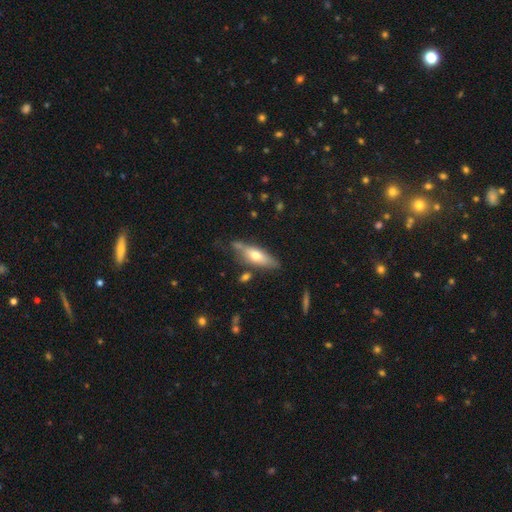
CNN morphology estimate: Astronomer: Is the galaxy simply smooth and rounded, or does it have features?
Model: smooth — 55% (runner-up: featured or disk, 39%).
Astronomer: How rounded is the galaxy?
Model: in between — 54% (runner-up: cigar-shaped, 44%).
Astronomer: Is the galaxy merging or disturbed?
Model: none — 64%.